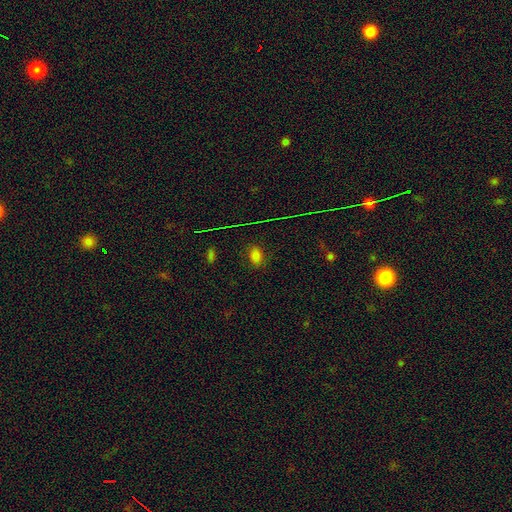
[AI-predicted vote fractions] A smooth galaxy with no disk features (72%) that is in between round and cigar-shaped (80%).

Vote fractions:
- Smooth or featured? smooth: 72% / star or artifact: 21% / featured or disk: 7%
- How rounded? in between: 80% / round: 18% / cigar-shaped: 2%
- Merging? none: 82% / minor disturbance: 13% / major disturbance: 4% / merger: 2%